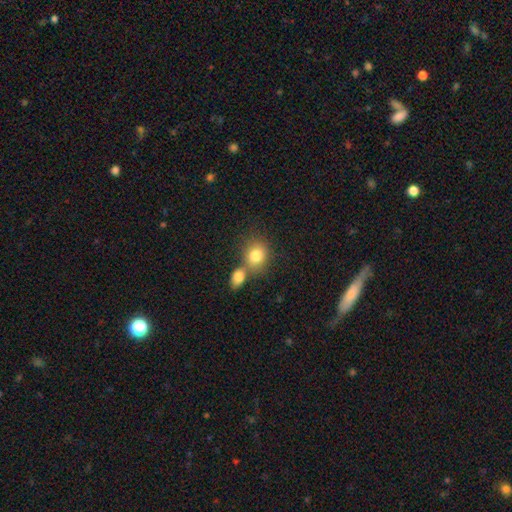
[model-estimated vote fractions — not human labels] Smooth or featured: smooth — 81% (star or artifact — 10%)
How rounded: round — 67% (in between — 32%)
Merging: none — 46% (merger — 41%)